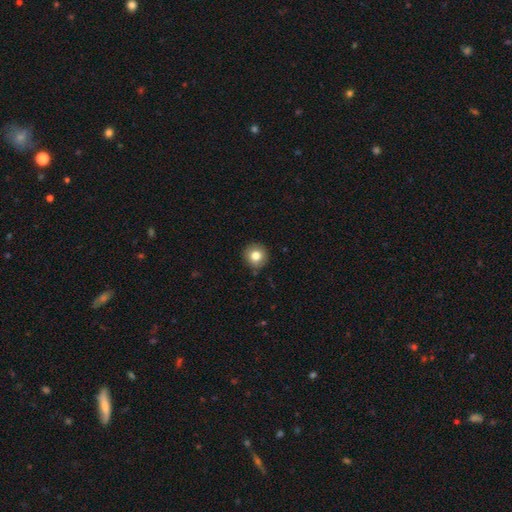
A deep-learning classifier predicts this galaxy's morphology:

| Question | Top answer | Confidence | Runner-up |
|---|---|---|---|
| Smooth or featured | smooth | 80% | featured or disk (10%) |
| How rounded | round | 93% | in between (6%) |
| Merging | none | 89% | minor disturbance (8%) |